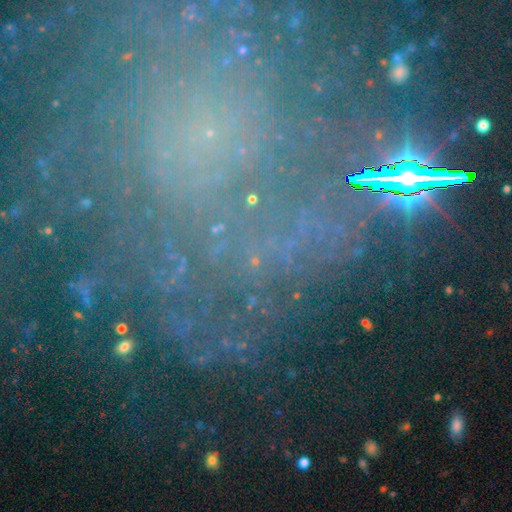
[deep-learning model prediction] This appears to be a star or artifact, not a galaxy (70%).